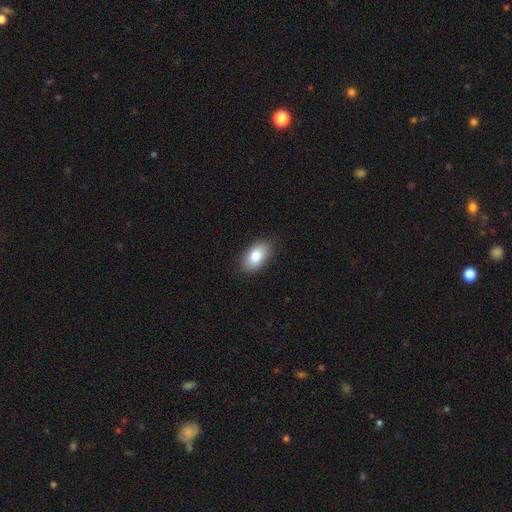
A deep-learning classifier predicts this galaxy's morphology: Overall: smooth (83%). How rounded: in between (92%). Merging: none (87%).